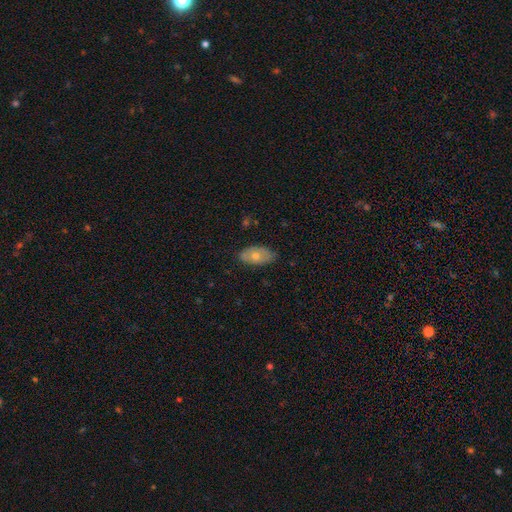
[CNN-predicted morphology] This is likely a smooth galaxy (63%). How rounded: clearly in between (92%). Merging: likely none (79%).